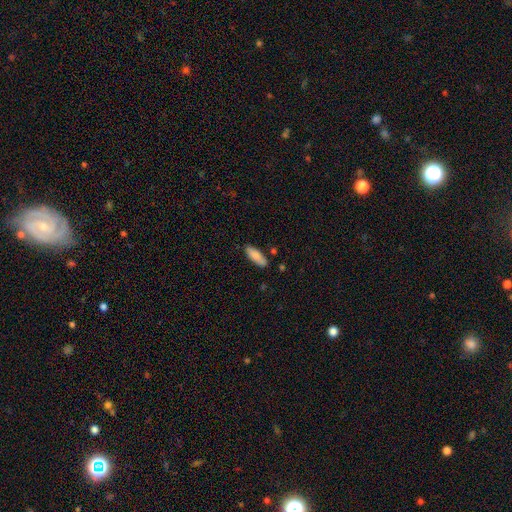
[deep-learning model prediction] Q: Smooth or featured?
A: smooth (85%); runner-up: featured or disk (9%)
Q: How rounded?
A: in between (62%); runner-up: cigar-shaped (36%)
Q: Merging?
A: none (82%); runner-up: minor disturbance (12%)